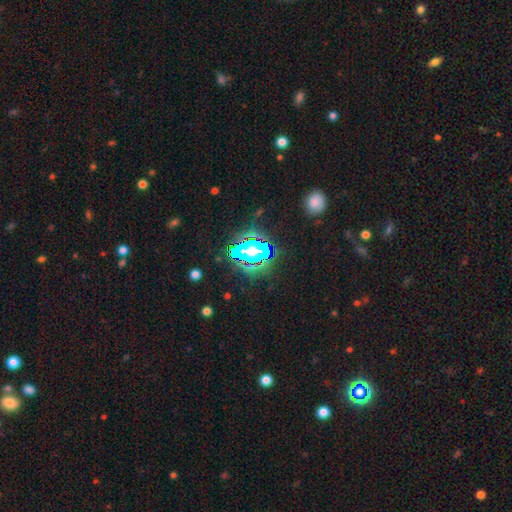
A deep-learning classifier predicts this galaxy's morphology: This appears to be a star or artifact, not a galaxy (81%).